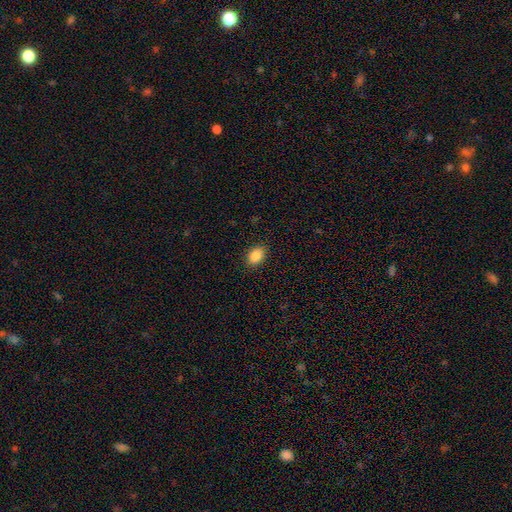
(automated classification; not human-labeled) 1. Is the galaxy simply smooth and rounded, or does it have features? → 87% smooth, 9% star or artifact, 4% featured or disk.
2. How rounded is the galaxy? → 72% in between, 27% round, 1% cigar-shaped.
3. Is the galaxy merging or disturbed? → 88% none, 9% minor disturbance, 2% major disturbance, 1% merger.